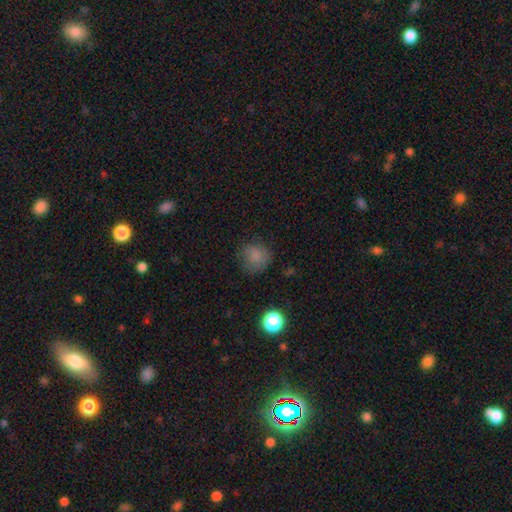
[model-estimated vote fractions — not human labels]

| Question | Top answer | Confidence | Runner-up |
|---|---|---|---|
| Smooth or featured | smooth | 78% | star or artifact (13%) |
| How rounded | round | 86% | in between (13%) |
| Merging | none | 72% | minor disturbance (20%) |